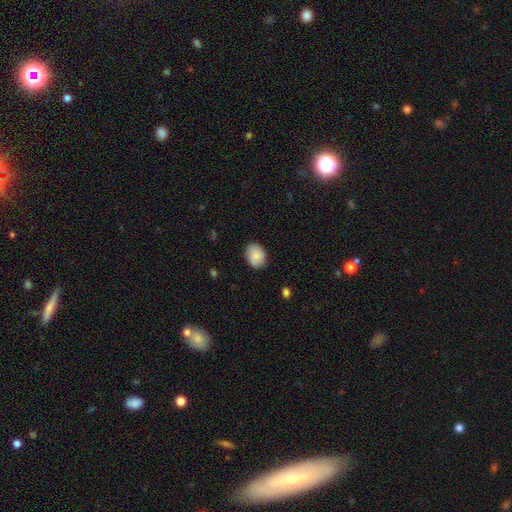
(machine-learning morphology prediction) Smooth or featured? Predicted: smooth (p=0.83). How rounded? Predicted: in between (p=0.54). Merging? Predicted: none (p=0.82).